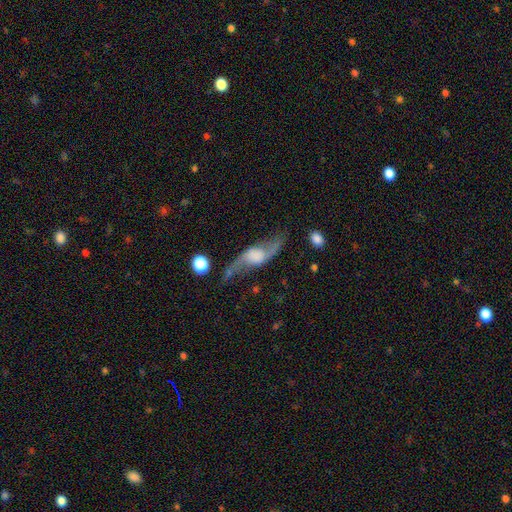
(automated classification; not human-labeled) Smooth or featured?
  - featured or disk: 82% *
  - smooth: 12%
  - star or artifact: 6%
Edge-on disk?
  - no: 83% *
  - yes: 17%
Bar?
  - no: 56% *
  - weak: 31%
  - strong: 13%
Spiral arms?
  - yes: 93% *
  - no: 7%
Spiral winding?
  - loose: 89% *
  - medium: 8%
  - tight: 3%
Spiral arm count?
  - 2: 94% *
  - 1: 2%
  - can't tell: 2%
  - 3: 1%
  - 4: 1%
  - more than 4: 1%
Bulge size?
  - large: 29% *
  - none: 28%
  - moderate: 17%
  - small: 15%
  - dominant: 11%
Merging?
  - none: 62% *
  - minor disturbance: 19%
  - major disturbance: 14%
  - merger: 6%